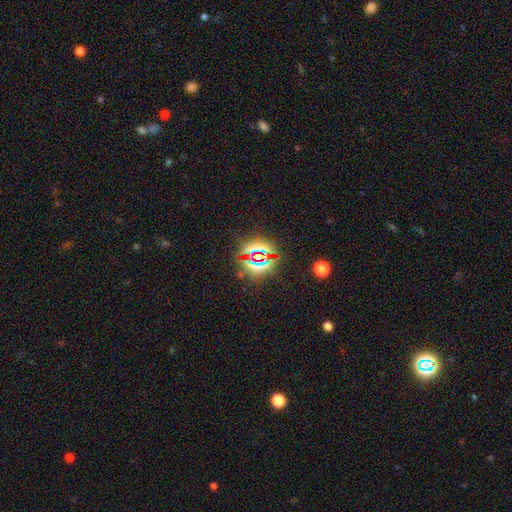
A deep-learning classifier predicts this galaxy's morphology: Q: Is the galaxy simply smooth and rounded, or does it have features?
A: star or artifact — 75%.